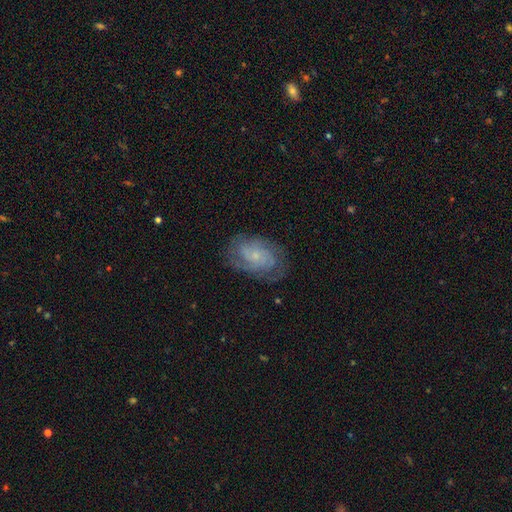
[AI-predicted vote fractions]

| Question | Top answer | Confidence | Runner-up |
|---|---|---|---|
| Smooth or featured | featured or disk | 74% | smooth (18%) |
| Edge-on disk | no | 97% | yes (3%) |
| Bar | no | 73% | weak (23%) |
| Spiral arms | yes | 92% | no (8%) |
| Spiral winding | tight | 53% | medium (37%) |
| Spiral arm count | can't tell | 33% | 2 (31%) |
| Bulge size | small | 78% | moderate (13%) |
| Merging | none | 72% | minor disturbance (18%) |